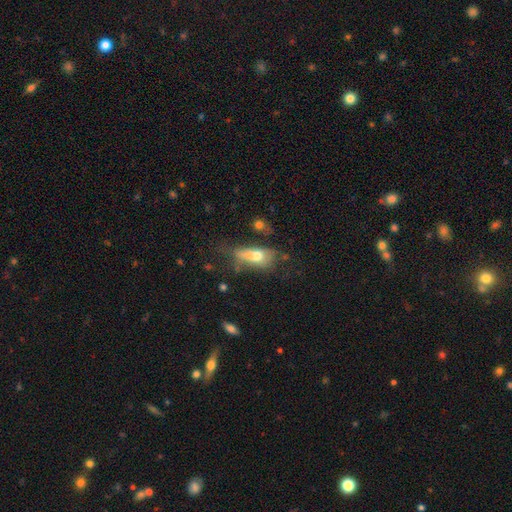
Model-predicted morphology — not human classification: Smooth or featured: smooth — 62% (featured or disk — 28%)
How rounded: in between — 72% (cigar-shaped — 23%)
Merging: major disturbance — 35% (none — 29%)